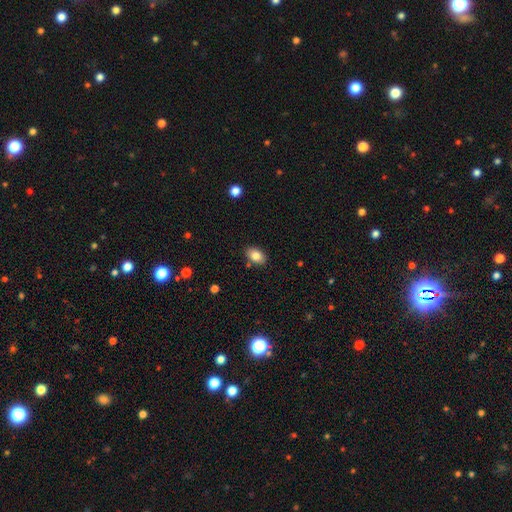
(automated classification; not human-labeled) smooth_or_featured: smooth (p=0.84) [alt: star or artifact p=0.08]
how_rounded: in between (p=0.86) [alt: round p=0.13]
merging: none (p=0.85) [alt: minor disturbance p=0.10]